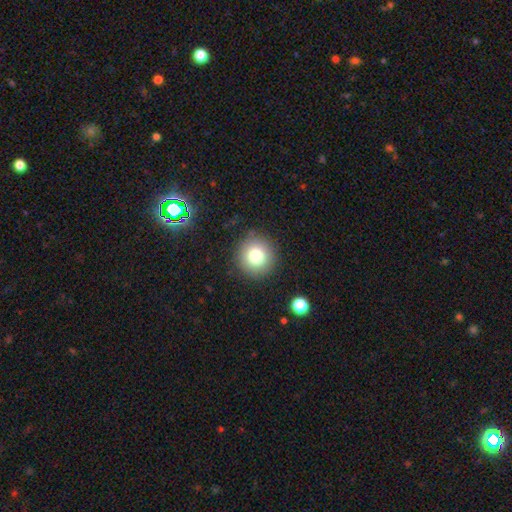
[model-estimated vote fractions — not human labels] A smooth galaxy with no disk features (78%) that is round (94%).

Vote fractions:
- Smooth or featured? smooth: 78% / star or artifact: 12% / featured or disk: 10%
- How rounded? round: 94% / in between: 5% / cigar-shaped: 1%
- Merging? none: 89% / minor disturbance: 7% / major disturbance: 3% / merger: 2%